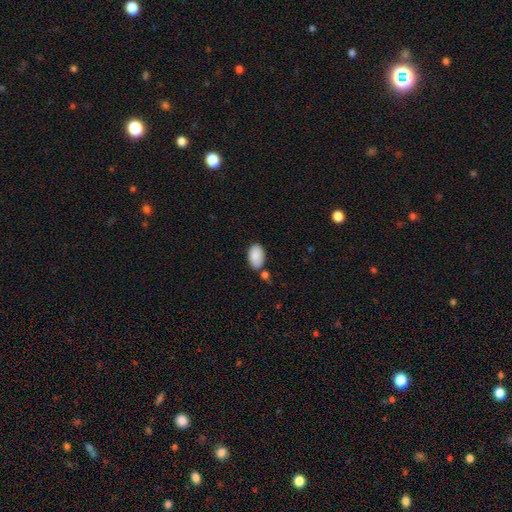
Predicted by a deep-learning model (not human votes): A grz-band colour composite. It shows a smooth galaxy with no disk features (89%) that is in between round and cigar-shaped (94%). Merging: none (69%).